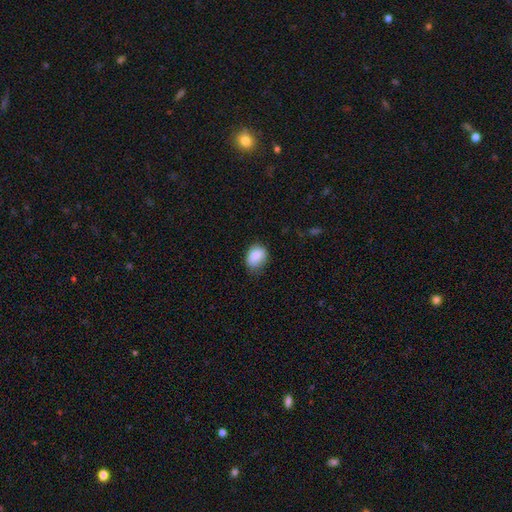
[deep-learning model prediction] A smooth galaxy with no disk features (85%) that is in between round and cigar-shaped (65%).

Vote fractions:
- Smooth or featured? smooth: 85% / star or artifact: 8% / featured or disk: 7%
- How rounded? in between: 65% / round: 34% / cigar-shaped: 1%
- Merging? none: 67% / minor disturbance: 27% / major disturbance: 5% / merger: 1%